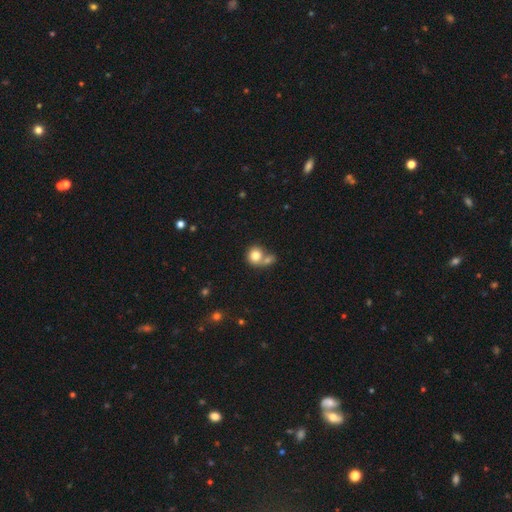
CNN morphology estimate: Smooth or featured? Predicted: smooth (p=0.80). How rounded? Predicted: round (p=0.80). Merging? Predicted: merger (p=0.48).